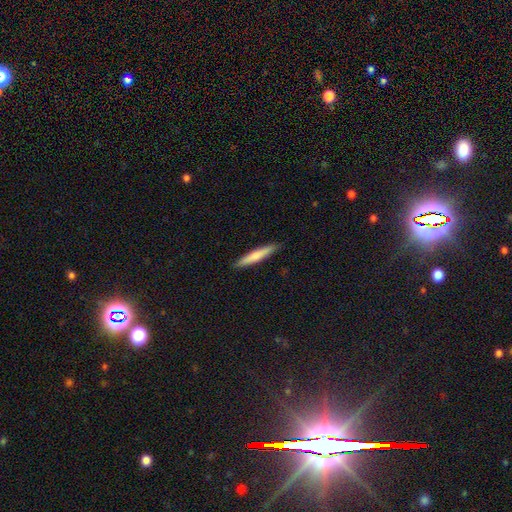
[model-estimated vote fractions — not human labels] smooth_or_featured: smooth (p=0.67) [alt: featured or disk p=0.28]
how_rounded: cigar-shaped (p=0.94) [alt: in between p=0.05]
merging: none (p=0.90) [alt: minor disturbance p=0.07]